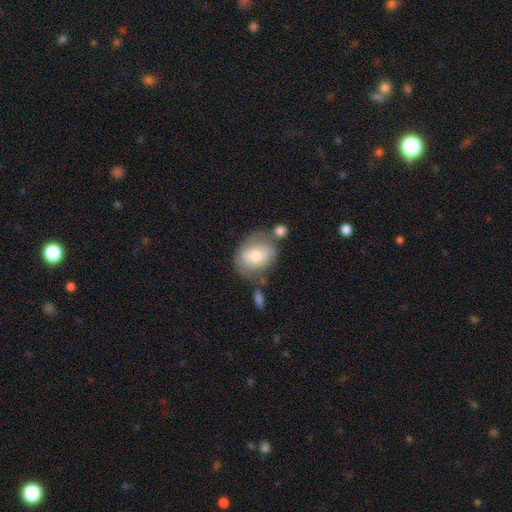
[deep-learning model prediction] The model was most divided on "how rounded": round: 51%, in between: 48%, cigar-shaped: 1%. Remaining: smooth or featured — smooth (60%); merging — none (48%).